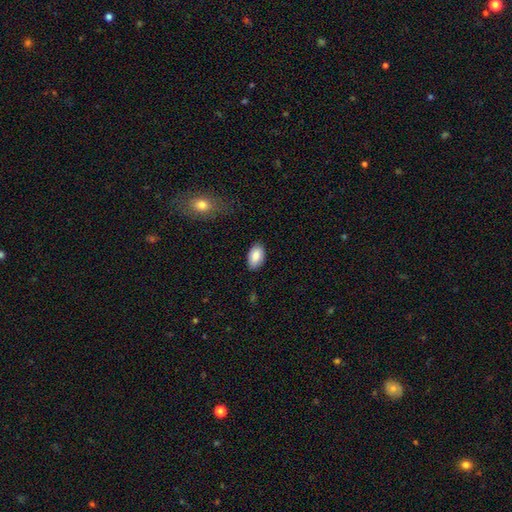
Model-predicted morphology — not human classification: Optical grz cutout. It shows a smooth galaxy with no disk features (86%) that is in between round and cigar-shaped (94%). Merging: none (84%).